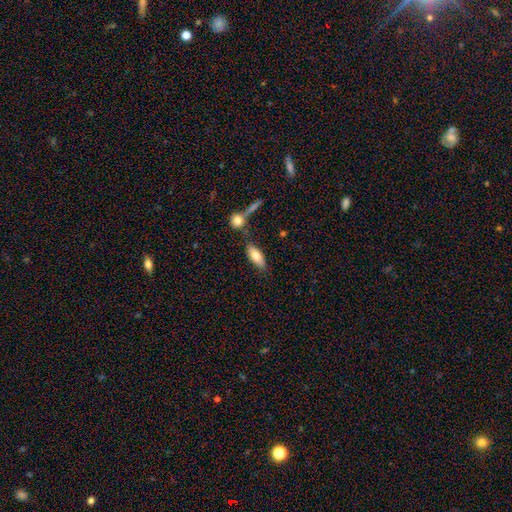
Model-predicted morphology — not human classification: A smooth galaxy with no disk features (73%) that is in between round and cigar-shaped (78%). Merging: none (70%).